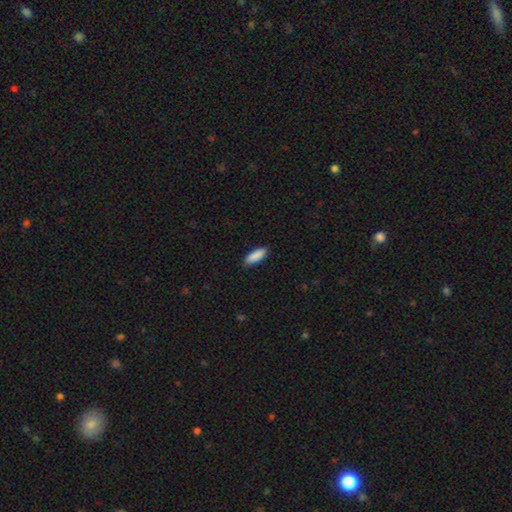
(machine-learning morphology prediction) A smooth galaxy with no disk features (90%) that is in between round and cigar-shaped (63%). Merging: none (90%).